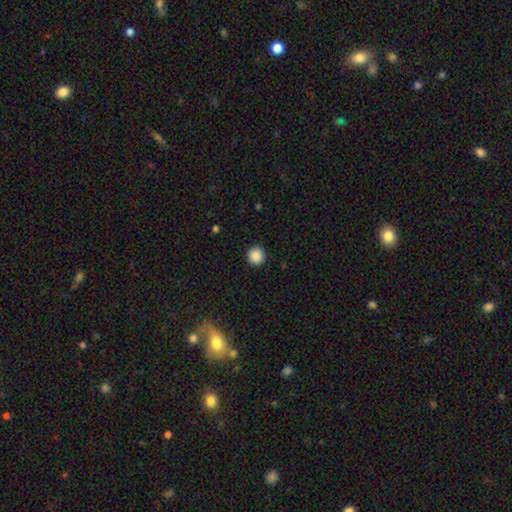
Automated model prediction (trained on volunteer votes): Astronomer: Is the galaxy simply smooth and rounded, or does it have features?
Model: smooth — 89%.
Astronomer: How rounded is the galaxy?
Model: round — 95%.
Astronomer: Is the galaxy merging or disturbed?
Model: none — 92%.